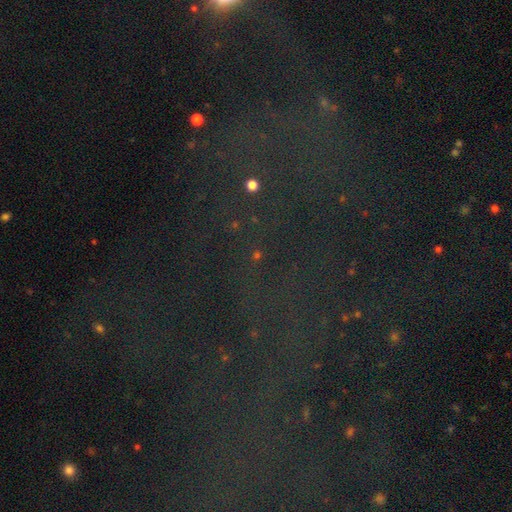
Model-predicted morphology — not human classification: This appears to be a star or artifact, not a galaxy (75%).